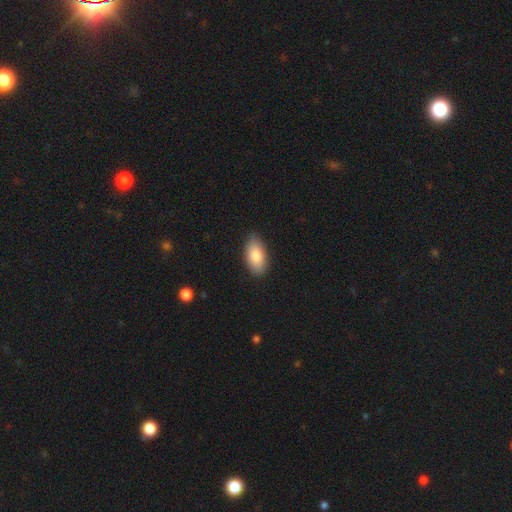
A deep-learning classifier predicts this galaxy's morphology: smooth 86%, featured or disk 8%, star or artifact 6%. Down the decision tree: how rounded — in between (94%); merging — none (85%).